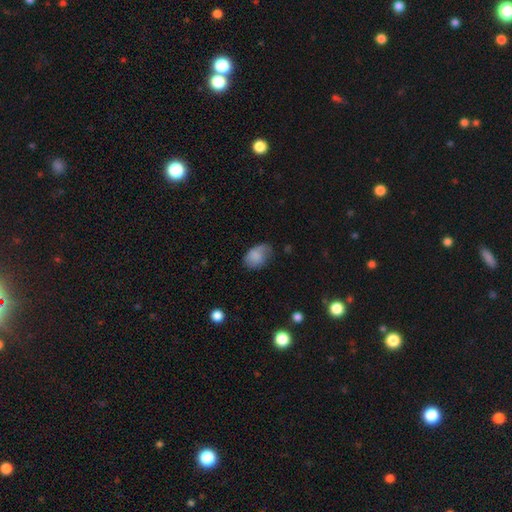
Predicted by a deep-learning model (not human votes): Morphology: type=smooth (78%); roundness=in between (82%); merging=none (48%).